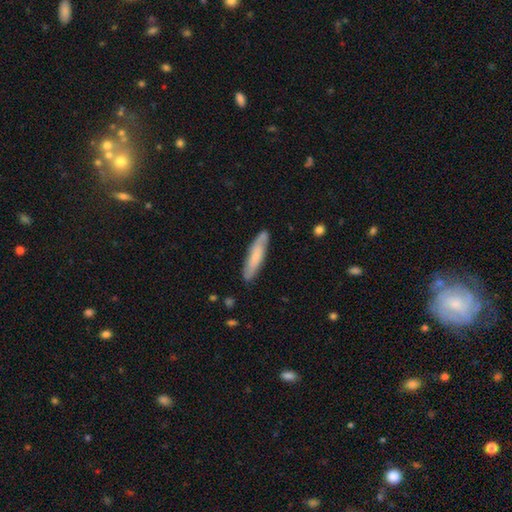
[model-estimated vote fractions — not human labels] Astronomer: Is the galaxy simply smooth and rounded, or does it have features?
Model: smooth — 63%.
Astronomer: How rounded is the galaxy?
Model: cigar-shaped — 82%.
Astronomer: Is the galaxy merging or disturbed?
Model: none — 83%.